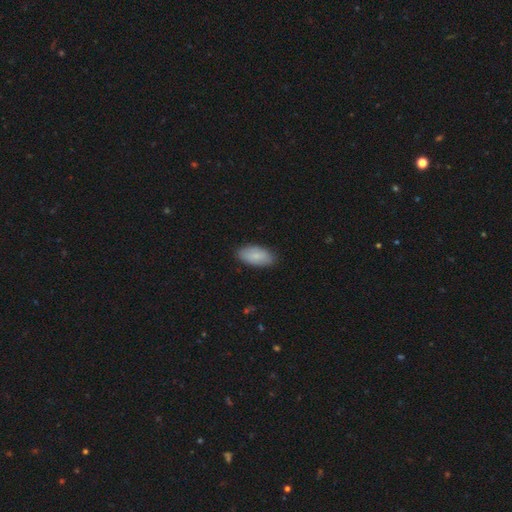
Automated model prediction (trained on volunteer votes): This appears to be a smooth galaxy with no disk features (83%) that is in between round and cigar-shaped (93%). Merging: none (85%).